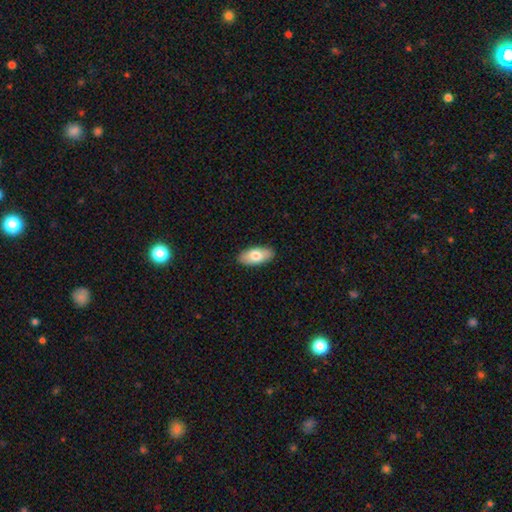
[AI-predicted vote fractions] smooth_or_featured: smooth (p=0.75) [alt: featured or disk p=0.19]
how_rounded: in between (p=0.92) [alt: cigar-shaped p=0.06]
merging: none (p=0.89) [alt: minor disturbance p=0.08]